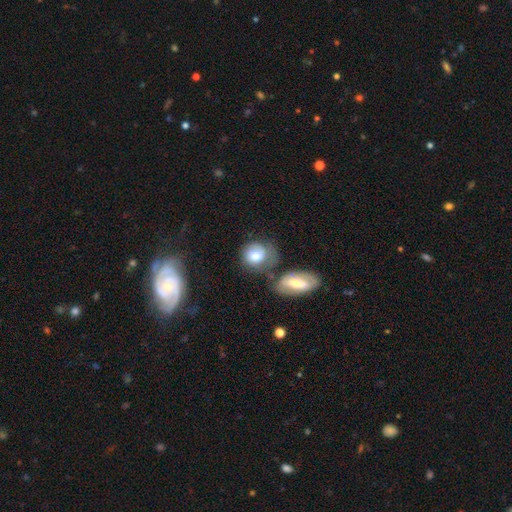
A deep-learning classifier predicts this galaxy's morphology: smooth 67%, featured or disk 25%, star or artifact 8%. Down the decision tree: how rounded — round (66%); merging — none (47%).